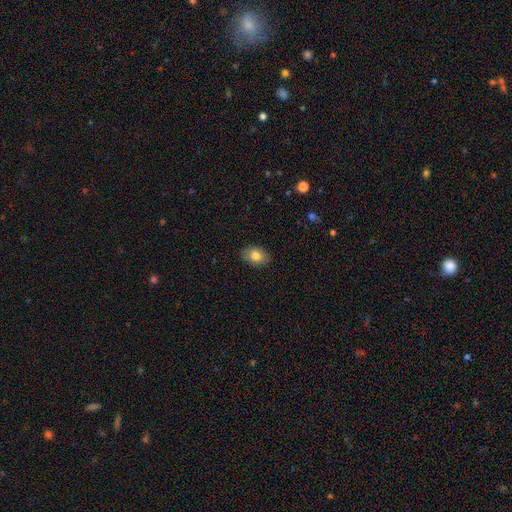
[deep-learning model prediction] The model was most divided on "how rounded": in between: 80%, round: 19%, cigar-shaped: 1%. More confident: merging — none (88%); smooth or featured — smooth (80%).